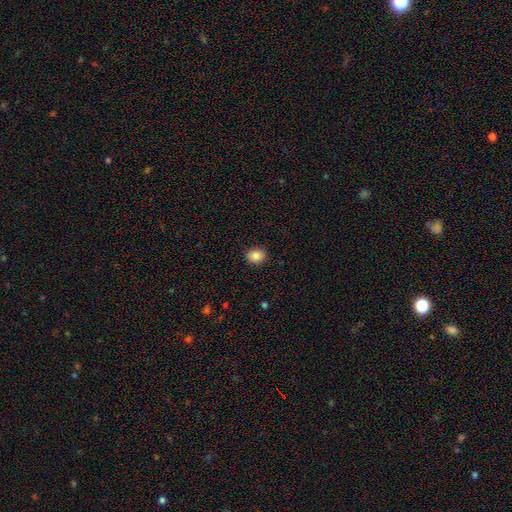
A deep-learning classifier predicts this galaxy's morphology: type=smooth (86%); roundness=round (52%); merging=none (90%).